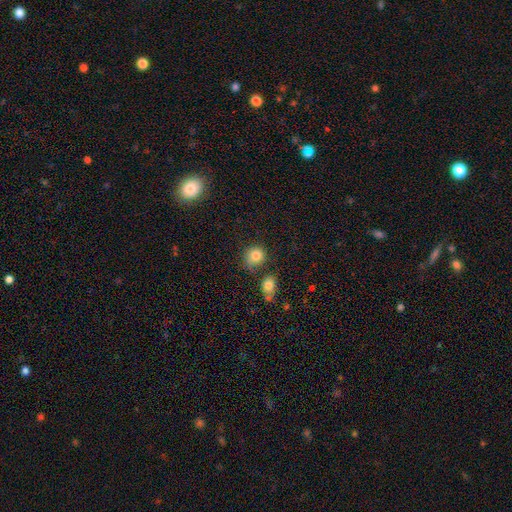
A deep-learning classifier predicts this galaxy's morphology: This is clearly a smooth galaxy (83%). How rounded: likely round (78%). Merging: likely none (64%).